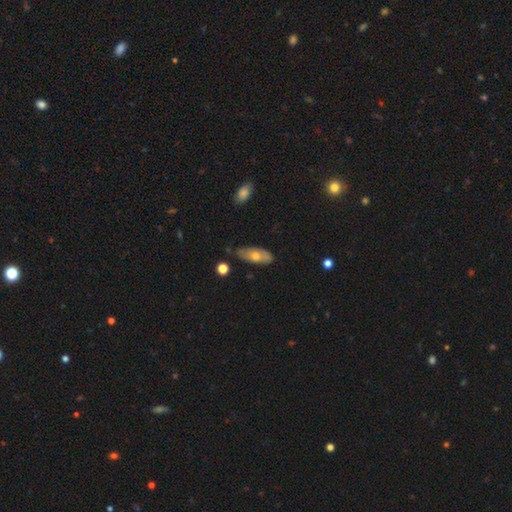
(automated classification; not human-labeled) Morphology: type=smooth (56%); roundness=in between (77%); merging=none (73%).